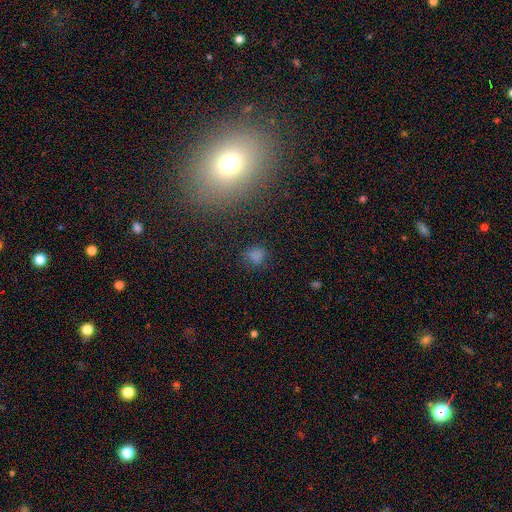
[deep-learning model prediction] A smooth galaxy with no disk features (67%) that is round (68%). Merging: none (73%).